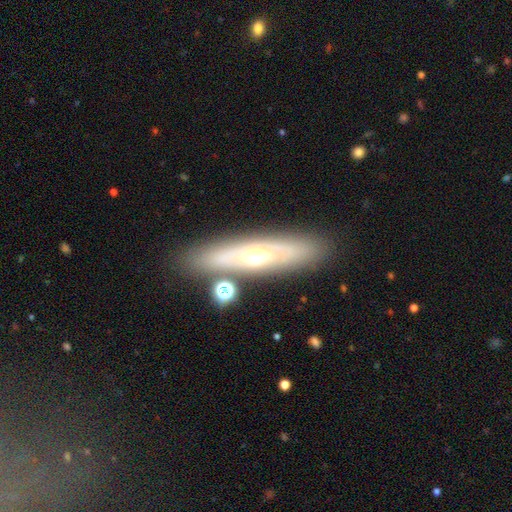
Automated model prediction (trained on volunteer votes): Smooth or featured? featured or disk (52%)
Edge-on disk? yes (62%)
Merging? none (81%)